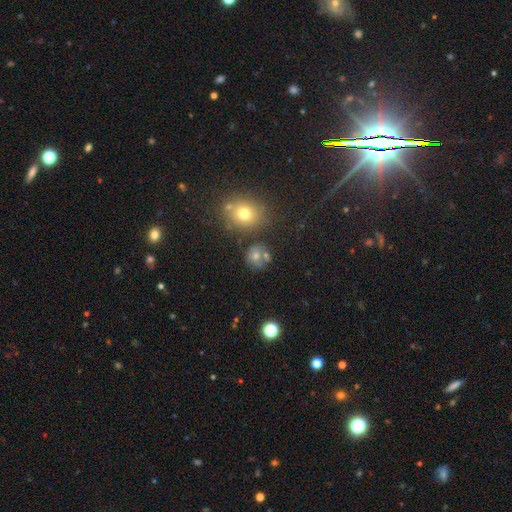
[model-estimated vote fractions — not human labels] smooth-or-featured: smooth: 53% | star or artifact: 28% | featured or disk: 19%
  how-rounded: round: 82% | in between: 16% | cigar-shaped: 1%
  merging: none: 69% | minor disturbance: 13% | merger: 12% | major disturbance: 6%